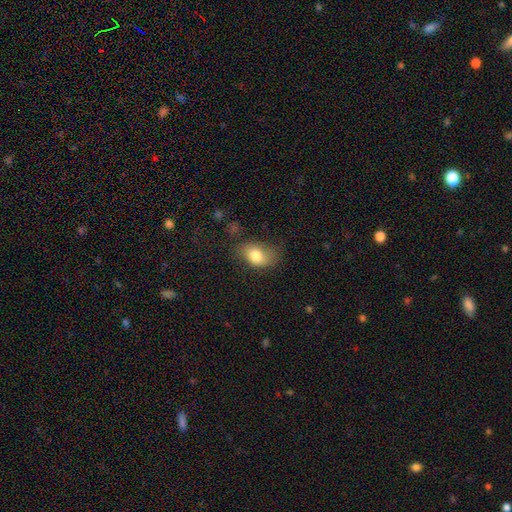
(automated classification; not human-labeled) A smooth galaxy with no disk features (78%) that is in between round and cigar-shaped (82%). Merging: none (56%).